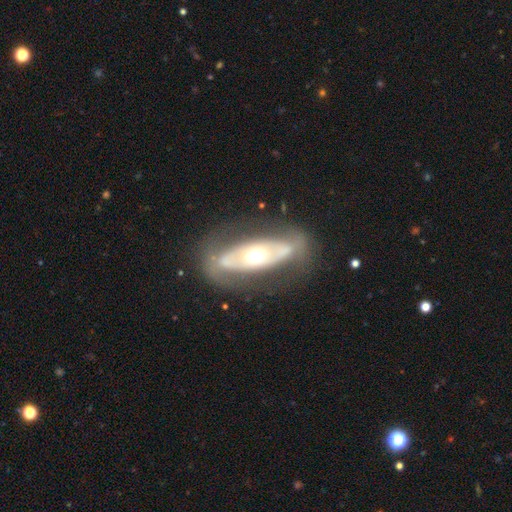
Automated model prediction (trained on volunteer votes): This appears to be a featured or disk galaxy (70%) with no bar (76%), no spiral arms (60%) and a moderate central bulge (59%). Merging: none (63%).